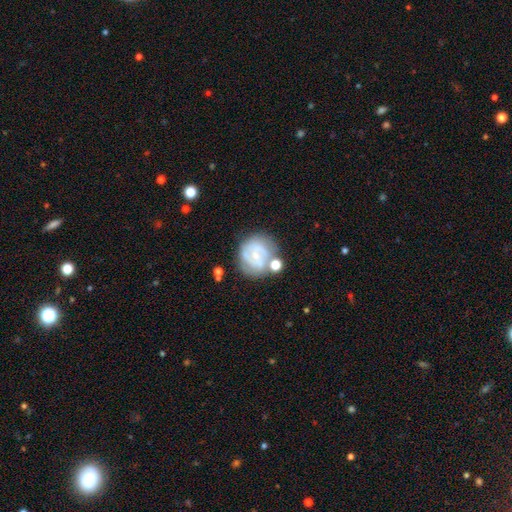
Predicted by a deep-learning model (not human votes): This appears to be a featured or disk galaxy (70%) with no bar (63%), 2 (45%) tight (56%) spiral arms (83%) and a small central bulge (73%). Merging: none (58%).